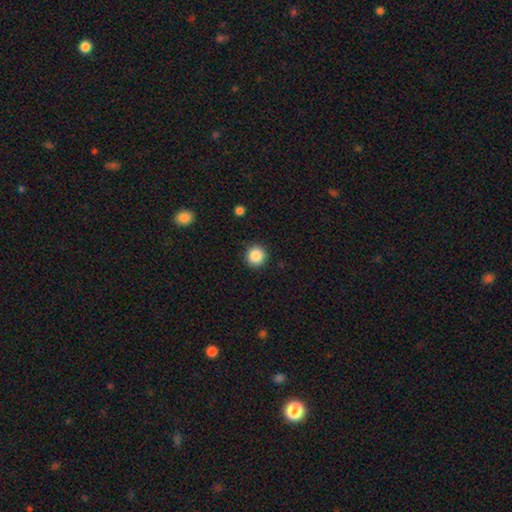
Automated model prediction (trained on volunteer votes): The model was most divided on "smooth or featured": smooth: 87%, star or artifact: 9%, featured or disk: 4%. More confident: how rounded — round (95%); merging — none (91%).